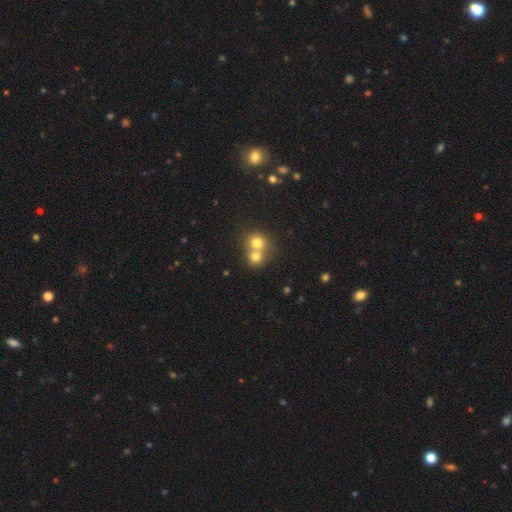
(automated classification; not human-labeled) Smooth or featured? smooth (65%)
How rounded? round (83%)
Merging? merger (52%)